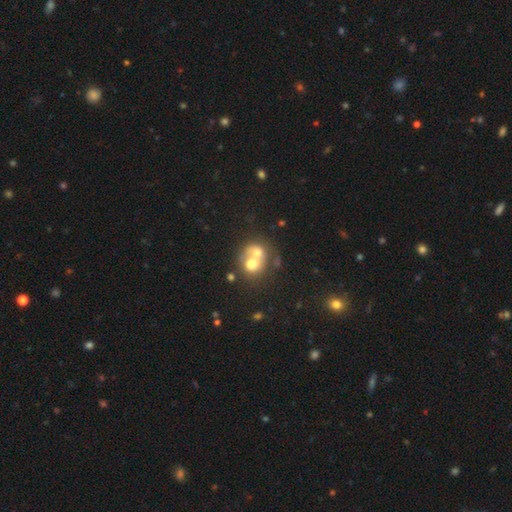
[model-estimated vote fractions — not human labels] Smooth or featured: smooth — 59% (featured or disk — 31%)
How rounded: round — 70% (in between — 29%)
Merging: merger — 69% (none — 21%)